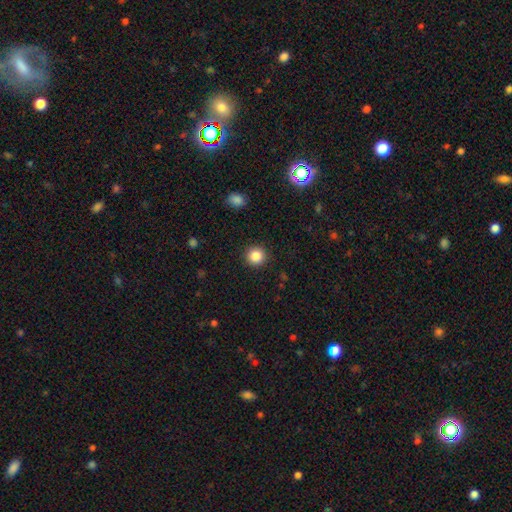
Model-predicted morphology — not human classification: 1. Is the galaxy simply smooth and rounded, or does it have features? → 86% smooth, 10% star or artifact, 4% featured or disk.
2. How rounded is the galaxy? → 94% round, 5% in between, 1% cigar-shaped.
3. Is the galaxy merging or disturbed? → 92% none, 5% minor disturbance, 2% major disturbance, 1% merger.